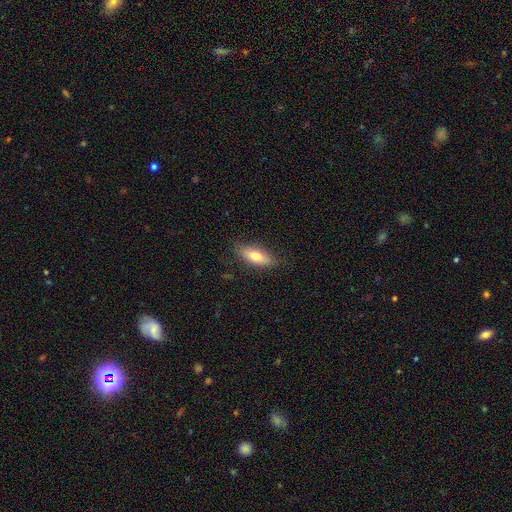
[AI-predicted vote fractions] smooth-or-featured: smooth: 72% | featured or disk: 21% | star or artifact: 7%
  how-rounded: in between: 75% | cigar-shaped: 22% | round: 3%
  merging: none: 82% | minor disturbance: 14% | major disturbance: 3% | merger: 1%